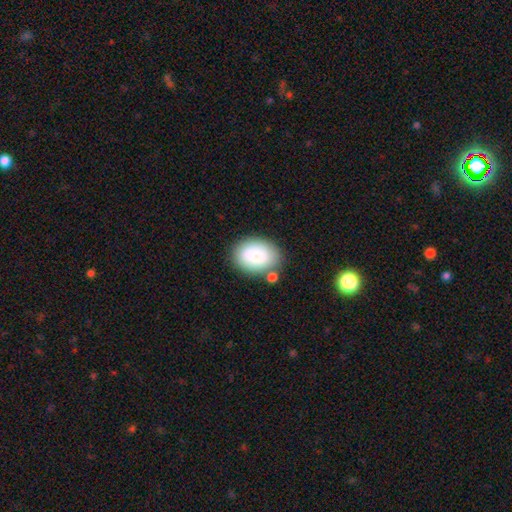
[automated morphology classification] This is clearly a smooth galaxy (82%). How rounded: likely in between (72%). Merging: likely none (70%).